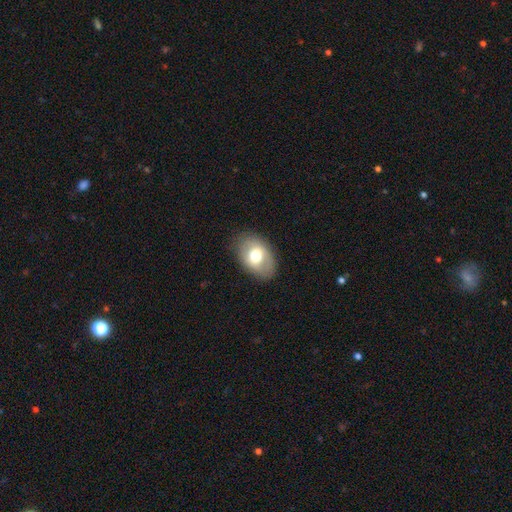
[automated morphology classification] Smooth or featured?
  - smooth: 63% *
  - featured or disk: 30%
  - star or artifact: 7%
How rounded?
  - in between: 83% *
  - round: 16%
  - cigar-shaped: 1%
Merging?
  - none: 82% *
  - minor disturbance: 13%
  - major disturbance: 4%
  - merger: 1%